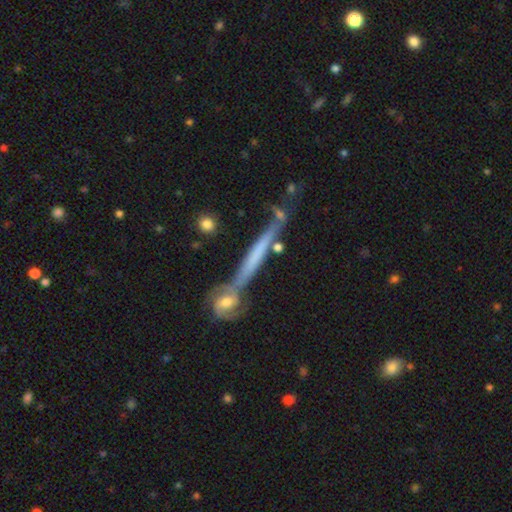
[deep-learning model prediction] smooth_or_featured: featured or disk (p=0.61) [alt: smooth p=0.29]
disk_edge_on: yes (p=0.93) [alt: no p=0.07]
edge_on_bulge: none (p=0.78) [alt: rounded p=0.13]
merging: none (p=0.69) [alt: merger p=0.14]